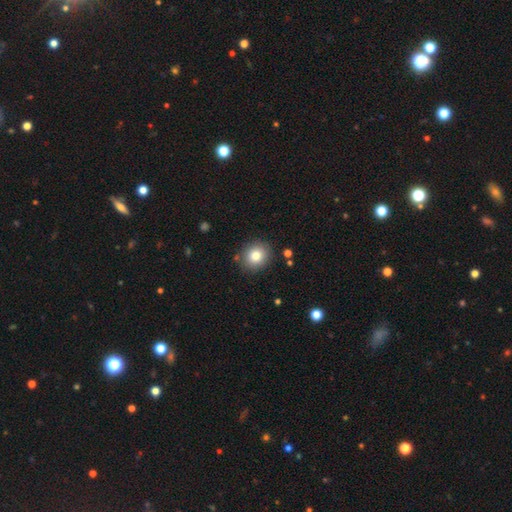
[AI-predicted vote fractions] Smooth or featured? Predicted: smooth (p=0.81). How rounded? Predicted: round (p=0.78). Merging? Predicted: none (p=0.86).